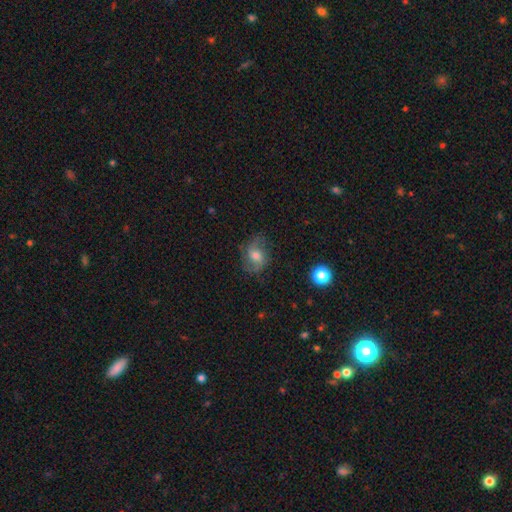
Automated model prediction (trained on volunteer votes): The model was most divided on "bar": no: 56%, weak: 36%, strong: 8%. More confident: edge-on disk — no (96%); spiral arms — yes (87%); merging — none (68%); bulge size — moderate (60%); smooth or featured — featured or disk (55%).